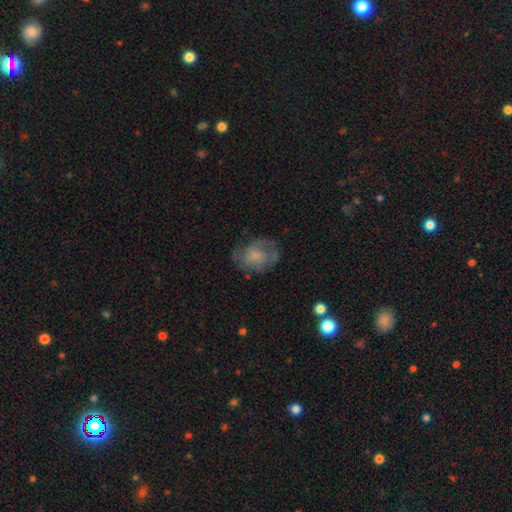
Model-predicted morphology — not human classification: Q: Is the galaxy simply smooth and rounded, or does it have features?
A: smooth — 52%.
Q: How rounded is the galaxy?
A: in between — 61%.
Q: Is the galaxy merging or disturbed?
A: none — 57%.